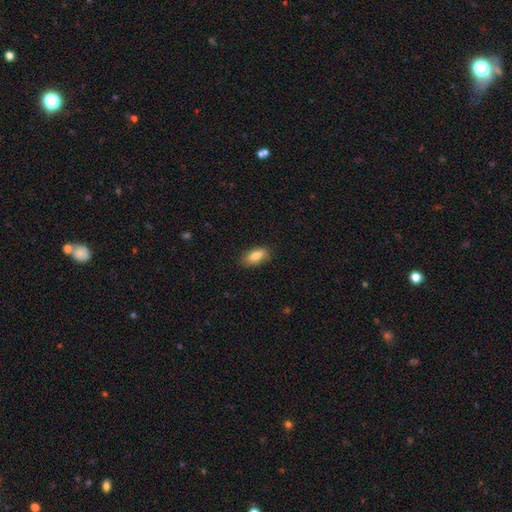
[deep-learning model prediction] Smooth or featured? smooth (85%)
How rounded? in between (88%)
Merging? none (82%)